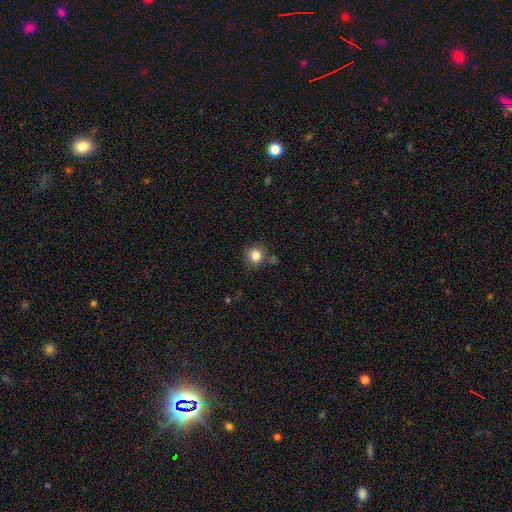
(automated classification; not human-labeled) smooth_or_featured: smooth (p=0.83) [alt: star or artifact p=0.11]
how_rounded: round (p=0.85) [alt: in between p=0.14]
merging: none (p=0.80) [alt: minor disturbance p=0.12]